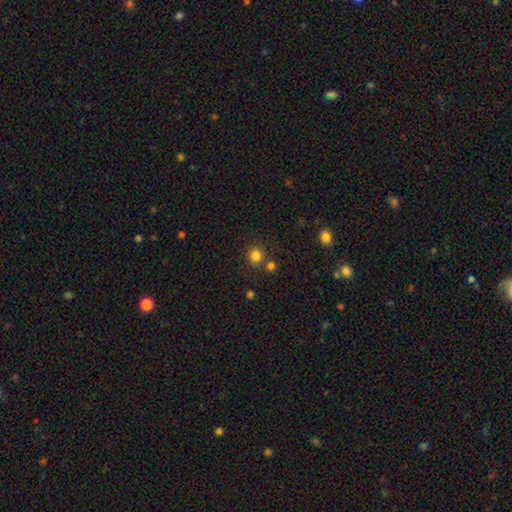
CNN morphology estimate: type=smooth (81%); roundness=round (90%); merging=none (76%).